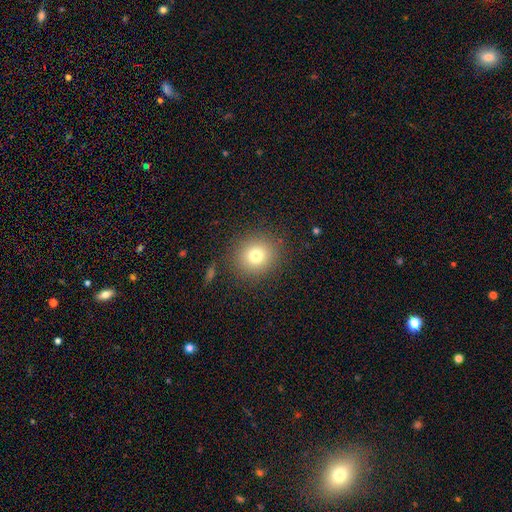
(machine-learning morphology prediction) Smooth or featured: smooth — 77% (star or artifact — 13%)
How rounded: round — 85% (in between — 14%)
Merging: none — 87% (minor disturbance — 8%)